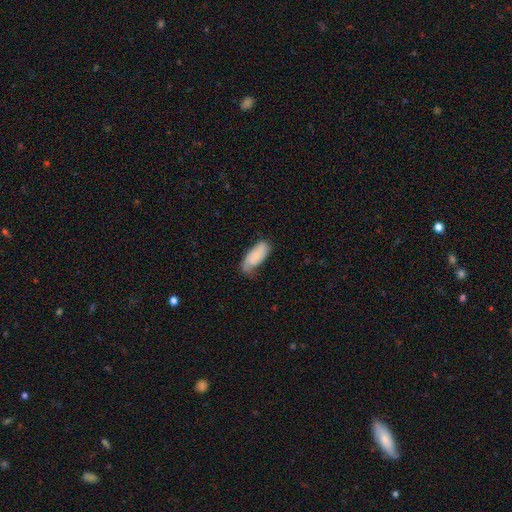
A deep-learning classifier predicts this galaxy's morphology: smooth 64%, featured or disk 29%, star or artifact 7%. Down the decision tree: how rounded — in between (83%); merging — none (49%).